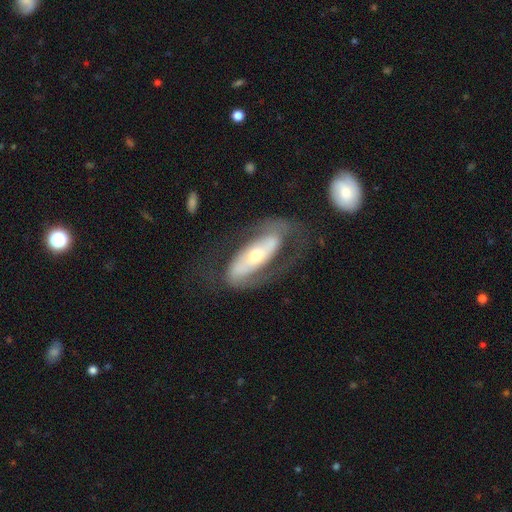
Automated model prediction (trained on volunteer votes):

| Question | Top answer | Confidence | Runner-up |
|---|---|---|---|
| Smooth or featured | featured or disk | 75% | smooth (20%) |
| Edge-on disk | no | 86% | yes (14%) |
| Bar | no | 40% | strong (39%) |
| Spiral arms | yes | 71% | no (29%) |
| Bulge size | moderate | 61% | small (28%) |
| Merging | none | 55% | major disturbance (24%) |